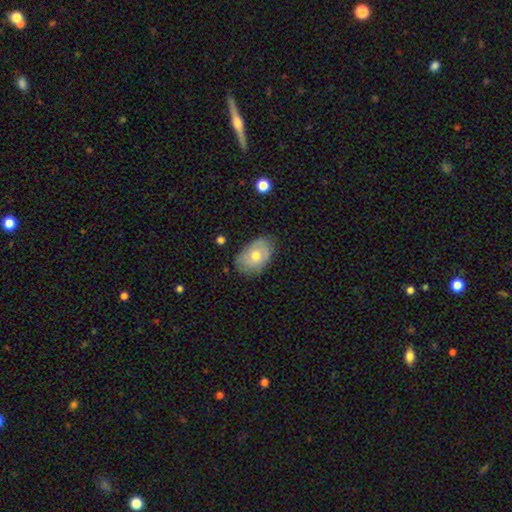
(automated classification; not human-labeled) The model was most divided on "smooth or featured": smooth: 62%, featured or disk: 31%, star or artifact: 7%. More confident: how rounded — in between (85%); merging — none (71%).